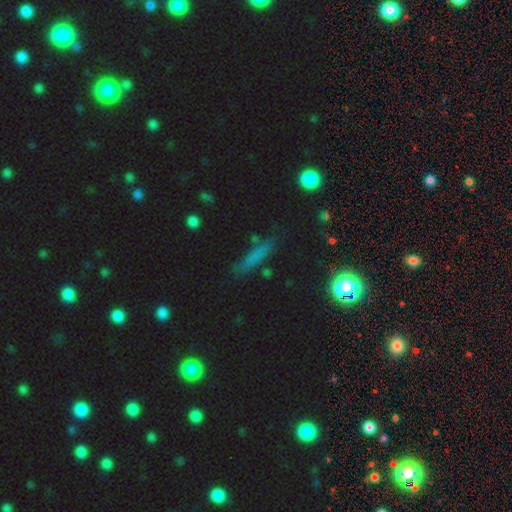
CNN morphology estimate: A smooth galaxy with no disk features (65%) that is cigar-shaped (85%).

Vote fractions:
- Smooth or featured? smooth: 65% / featured or disk: 20% / star or artifact: 15%
- How rounded? cigar-shaped: 85% / in between: 11% / round: 4%
- Merging? none: 80% / minor disturbance: 14% / major disturbance: 4% / merger: 3%